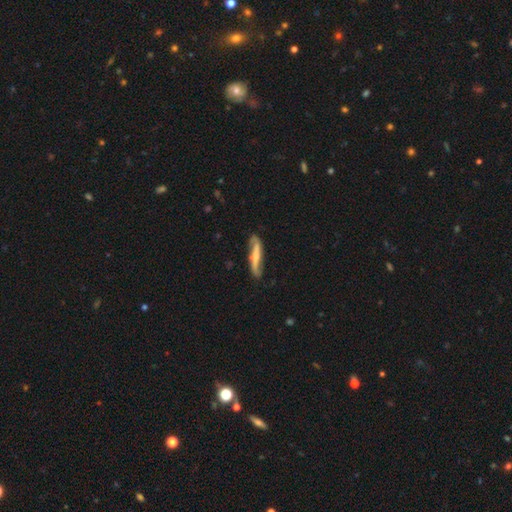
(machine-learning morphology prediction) This appears to be a featured or disk galaxy (63%). Merging: none (70%).